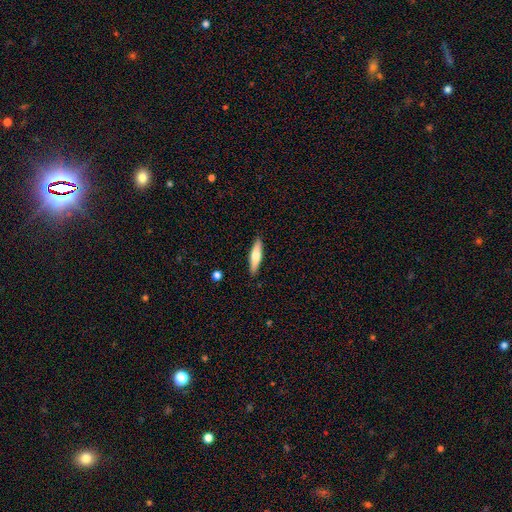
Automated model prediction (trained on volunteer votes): Q: Smooth or featured?
A: smooth (60%); runner-up: featured or disk (35%)
Q: How rounded?
A: cigar-shaped (73%); runner-up: in between (25%)
Q: Merging?
A: none (89%); runner-up: minor disturbance (8%)